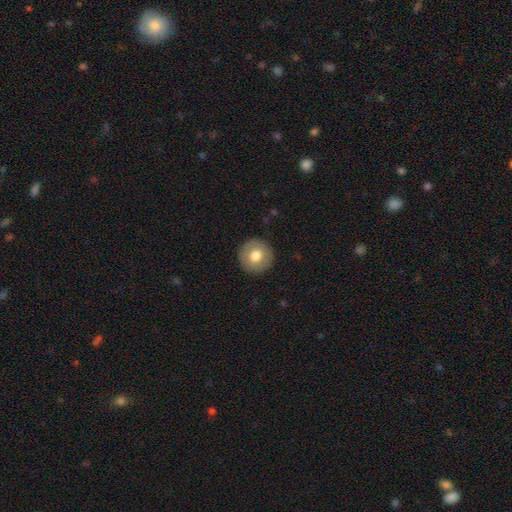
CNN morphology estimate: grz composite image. It shows a smooth galaxy with no disk features (73%) that is round (95%). Merging: none (91%).